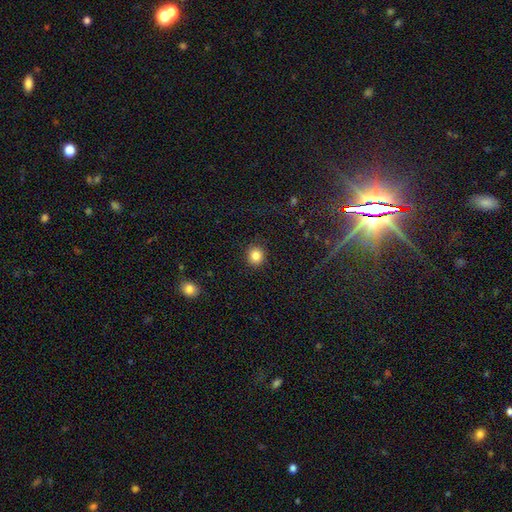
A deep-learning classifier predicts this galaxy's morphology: Smooth or featured? Predicted: smooth (p=0.85). How rounded? Predicted: round (p=0.88). Merging? Predicted: none (p=0.91).